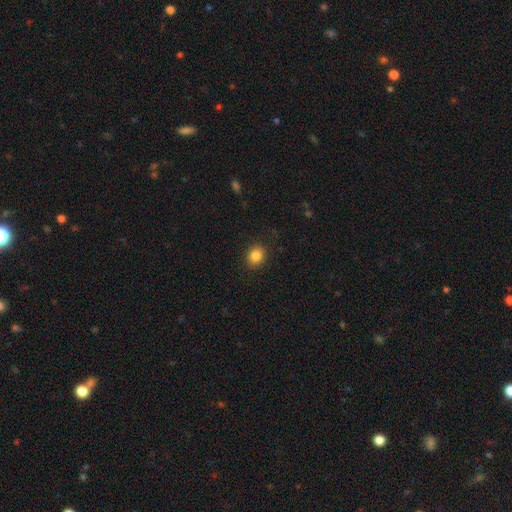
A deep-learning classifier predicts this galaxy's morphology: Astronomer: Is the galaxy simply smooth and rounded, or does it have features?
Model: smooth — 85%.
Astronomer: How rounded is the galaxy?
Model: round — 65%.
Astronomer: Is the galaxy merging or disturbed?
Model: none — 88%.